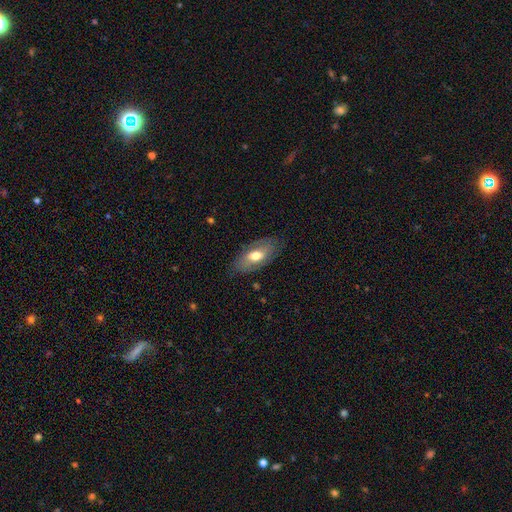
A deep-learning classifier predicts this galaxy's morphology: Smooth or featured? Predicted: smooth (p=0.60). How rounded? Predicted: in between (p=0.89). Merging? Predicted: none (p=0.79).